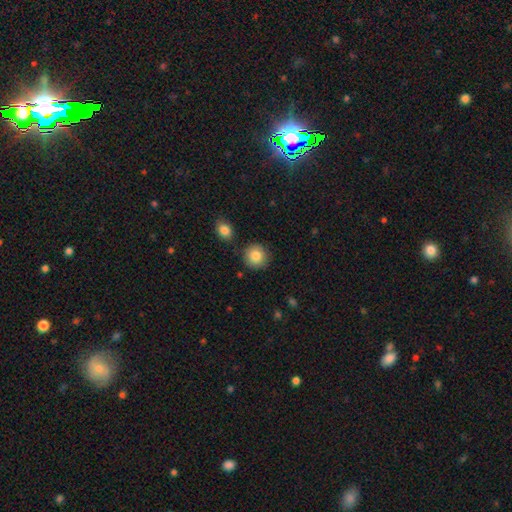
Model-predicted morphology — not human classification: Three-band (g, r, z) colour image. It shows a smooth galaxy with no disk features (85%) that is round (91%). Merging: none (84%).